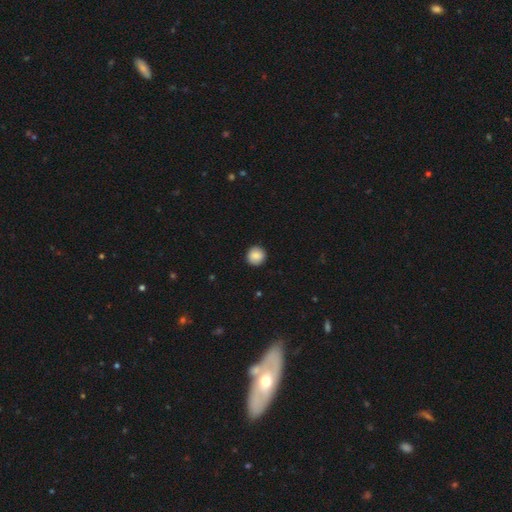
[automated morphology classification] A smooth galaxy with no disk features (88%) that is round (93%).

Vote fractions:
- Smooth or featured? smooth: 88% / star or artifact: 8% / featured or disk: 4%
- How rounded? round: 93% / in between: 6% / cigar-shaped: 1%
- Merging? none: 92% / minor disturbance: 6% / major disturbance: 2% / merger: 1%